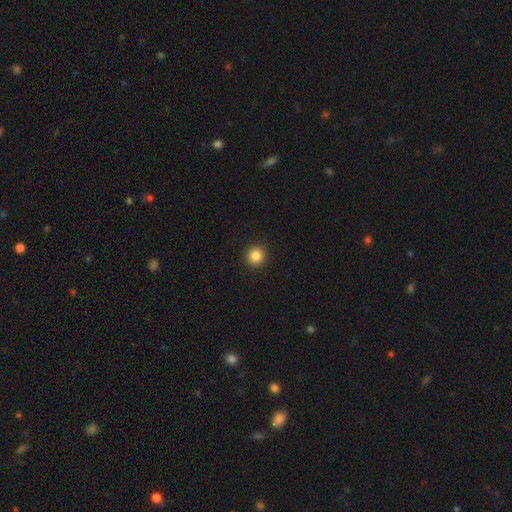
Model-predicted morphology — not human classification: Q: Smooth or featured?
A: smooth (85%); runner-up: star or artifact (11%)
Q: How rounded?
A: round (95%); runner-up: in between (4%)
Q: Merging?
A: none (93%); runner-up: minor disturbance (4%)